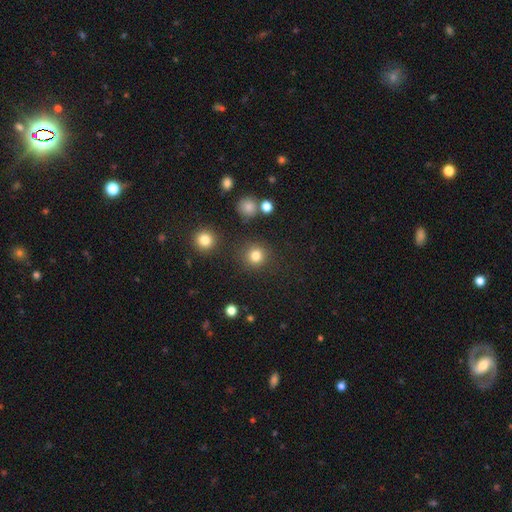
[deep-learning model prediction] Smooth or featured? smooth (81%)
How rounded? round (93%)
Merging? none (88%)